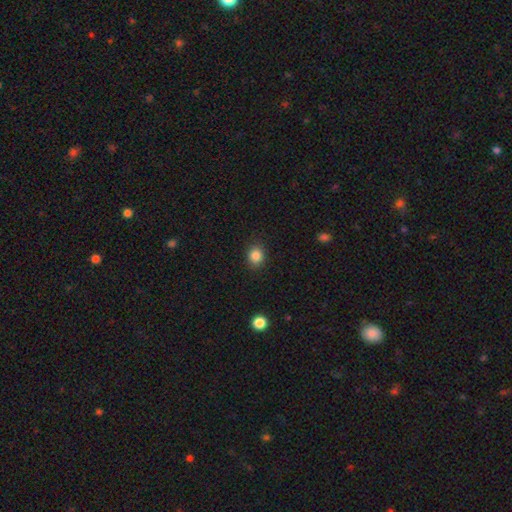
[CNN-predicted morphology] smooth 85%, star or artifact 11%, featured or disk 4%. Down the decision tree: how rounded — round (72%); merging — none (89%).